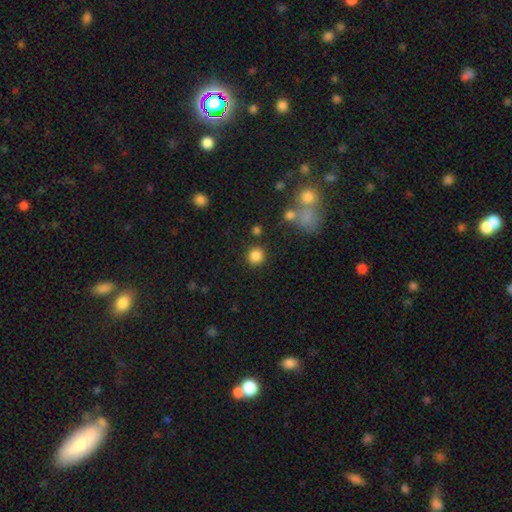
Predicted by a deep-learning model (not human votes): Q: Smooth or featured?
A: smooth (85%); runner-up: star or artifact (11%)
Q: How rounded?
A: round (93%); runner-up: in between (6%)
Q: Merging?
A: none (87%); runner-up: minor disturbance (6%)